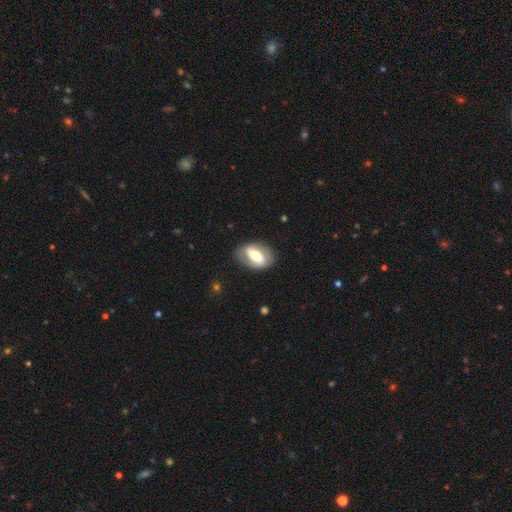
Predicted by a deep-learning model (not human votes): Overall: featured or disk (48%; smooth 46%). Merging: none (76%).